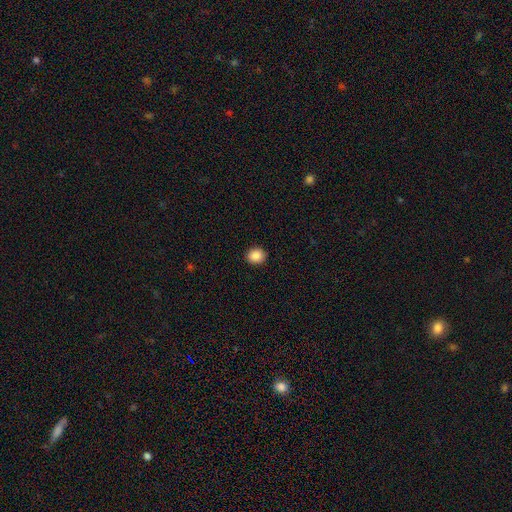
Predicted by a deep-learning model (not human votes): A smooth galaxy with no disk features (88%) that is round (71%). Merging: none (91%).